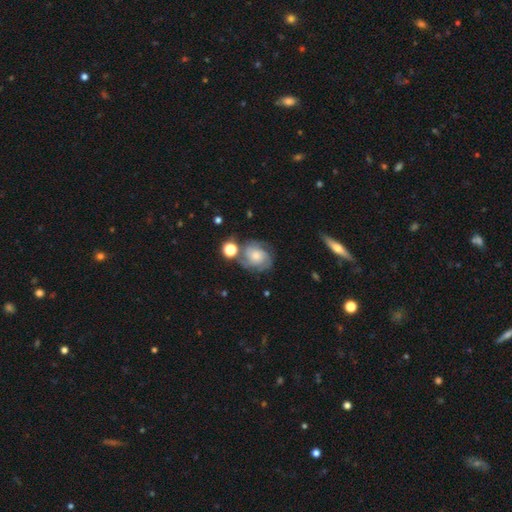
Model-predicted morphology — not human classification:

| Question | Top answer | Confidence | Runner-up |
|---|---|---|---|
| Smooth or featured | featured or disk | 64% | smooth (27%) |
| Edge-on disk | no | 97% | yes (3%) |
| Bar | no | 75% | weak (22%) |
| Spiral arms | yes | 89% | no (11%) |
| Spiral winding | tight | 49% | medium (39%) |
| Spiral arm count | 2 | 35% | can't tell (28%) |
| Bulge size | moderate | 38% | small (29%) |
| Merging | none | 58% | minor disturbance (20%) |